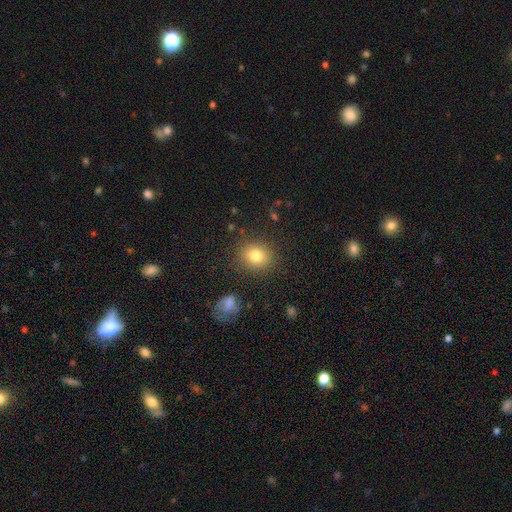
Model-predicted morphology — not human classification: smooth-or-featured: smooth: 80% | star or artifact: 11% | featured or disk: 8%
  how-rounded: round: 70% | in between: 29% | cigar-shaped: 1%
  merging: none: 85% | minor disturbance: 9% | major disturbance: 3% | merger: 2%